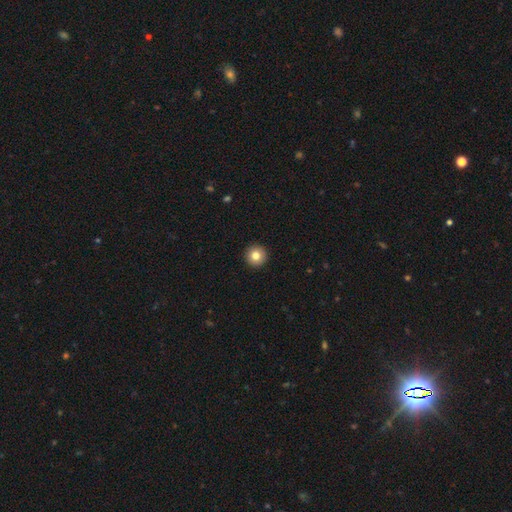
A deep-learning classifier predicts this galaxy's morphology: A smooth galaxy with no disk features (82%) that is round (96%).

Vote fractions:
- Smooth or featured? smooth: 82% / star or artifact: 10% / featured or disk: 9%
- How rounded? round: 96% / in between: 3% / cigar-shaped: 1%
- Merging? none: 94% / minor disturbance: 4% / major disturbance: 1% / merger: 1%